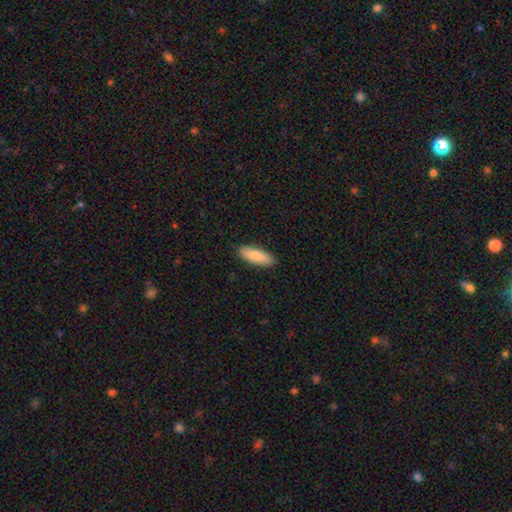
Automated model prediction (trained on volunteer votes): Smooth or featured? smooth (84%)
How rounded? in between (56%)
Merging? none (90%)